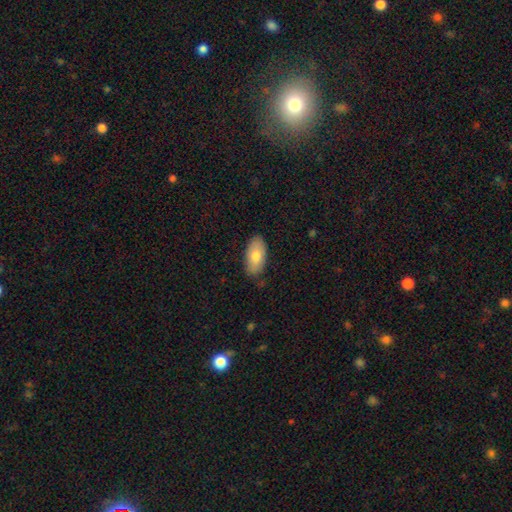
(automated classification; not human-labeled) Smooth or featured: smooth — 78% (featured or disk — 16%)
How rounded: in between — 94% (cigar-shaped — 3%)
Merging: none — 82% (minor disturbance — 14%)